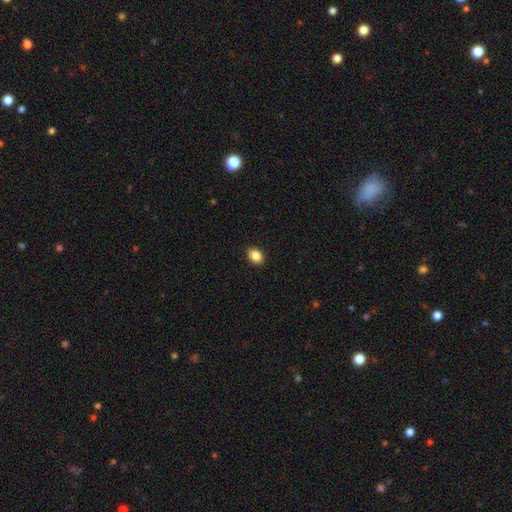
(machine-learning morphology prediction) Q: Smooth or featured?
A: smooth (86%); runner-up: star or artifact (9%)
Q: How rounded?
A: in between (60%); runner-up: round (39%)
Q: Merging?
A: none (89%); runner-up: minor disturbance (8%)